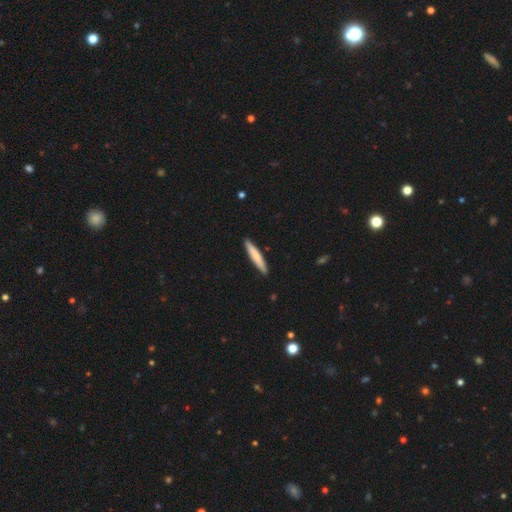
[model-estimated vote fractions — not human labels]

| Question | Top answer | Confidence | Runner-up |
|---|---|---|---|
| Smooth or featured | smooth | 76% | featured or disk (19%) |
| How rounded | cigar-shaped | 93% | in between (6%) |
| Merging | none | 90% | minor disturbance (7%) |